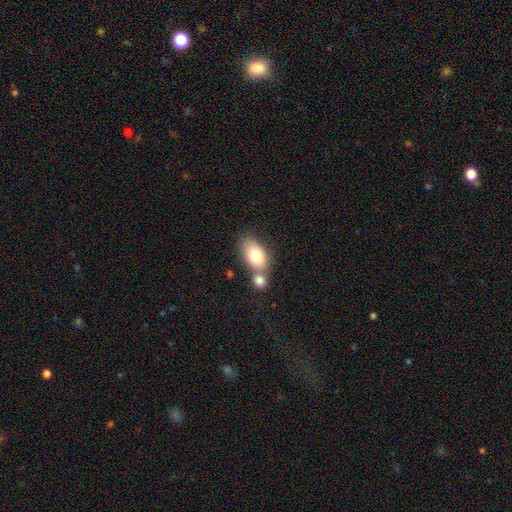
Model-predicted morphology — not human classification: A smooth galaxy with no disk features (77%) that is in between round and cigar-shaped (88%). Merging: none (44%).